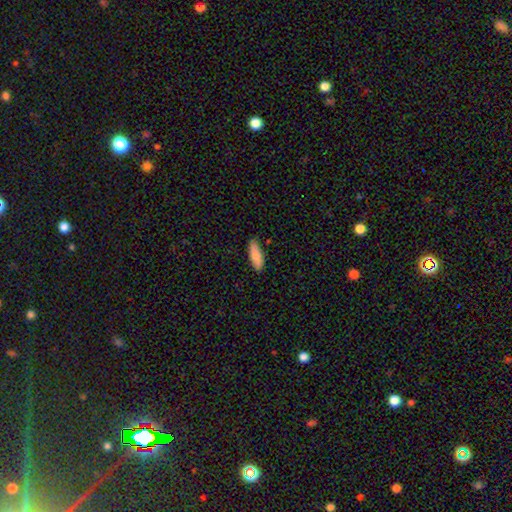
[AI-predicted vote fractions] smooth-or-featured: smooth: 87% | featured or disk: 7% | star or artifact: 6%
  how-rounded: in between: 52% | cigar-shaped: 46% | round: 2%
  merging: none: 85% | minor disturbance: 12% | major disturbance: 2% | merger: 1%